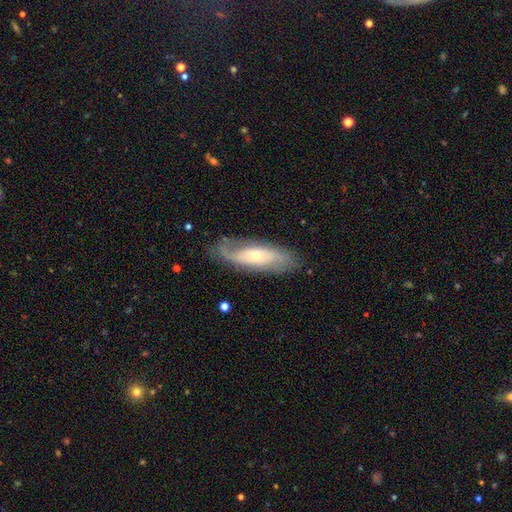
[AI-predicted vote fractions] smooth-or-featured: featured or disk: 69% | smooth: 24% | star or artifact: 6%
  disk-edge-on: no: 81% | yes: 19%
    bar: no: 65% | weak: 27% | strong: 8%
    has-spiral-arms: yes: 83% | no: 17%
    bulge-size: small: 57% | moderate: 38% | large: 3% | none: 1% | dominant: 1%
  merging: none: 74% | minor disturbance: 18% | major disturbance: 7% | merger: 1%